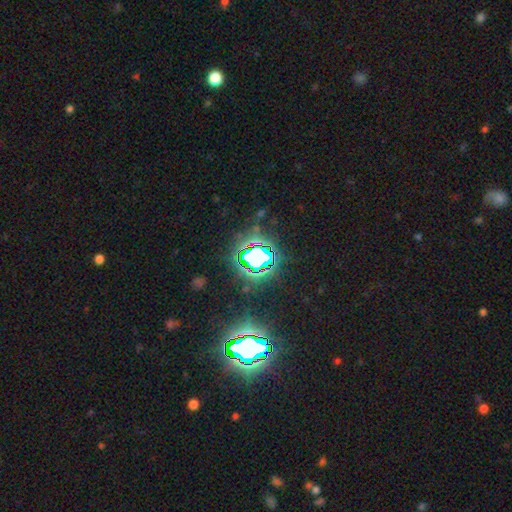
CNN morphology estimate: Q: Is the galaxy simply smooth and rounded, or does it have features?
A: star or artifact — 75%.